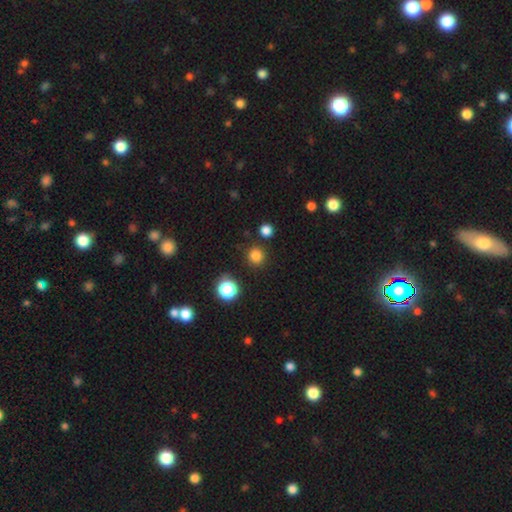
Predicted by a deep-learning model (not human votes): Overall: smooth (82%). How rounded: round (94%). Merging: none (88%).